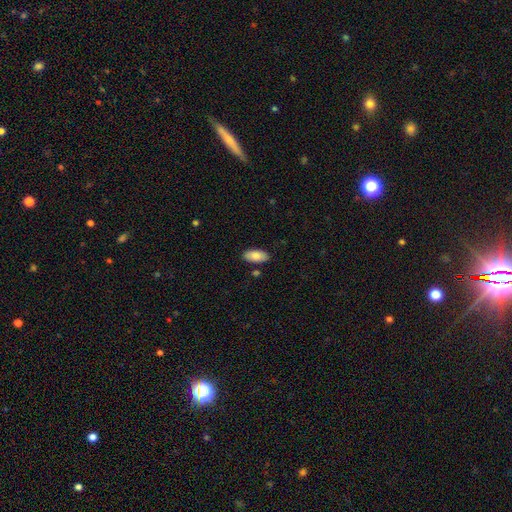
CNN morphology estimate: The model was most divided on "merging": none: 85%, minor disturbance: 10%, merger: 3%, major disturbance: 2%. More confident: how rounded — in between (92%); smooth or featured — smooth (85%).